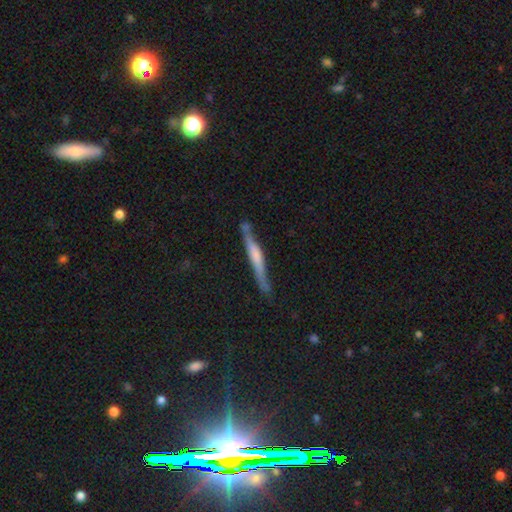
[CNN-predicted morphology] Overall: featured or disk (52%; smooth 42%). Edge-on disk: yes (94%). Merging: none (70%).